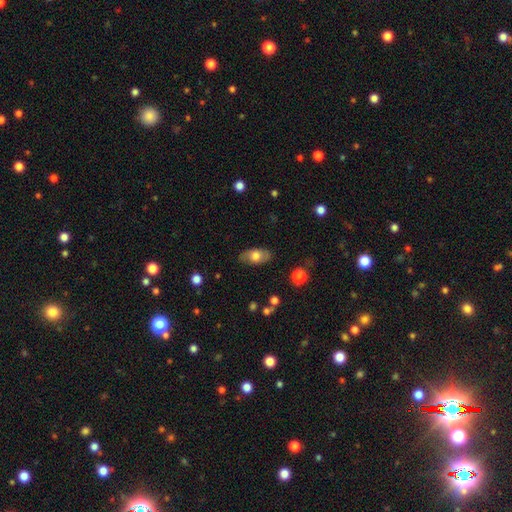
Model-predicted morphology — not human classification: Smooth or featured?
  - smooth: 66% *
  - featured or disk: 27%
  - star or artifact: 7%
How rounded?
  - in between: 91% *
  - round: 6%
  - cigar-shaped: 4%
Merging?
  - none: 81% *
  - minor disturbance: 14%
  - major disturbance: 3%
  - merger: 1%